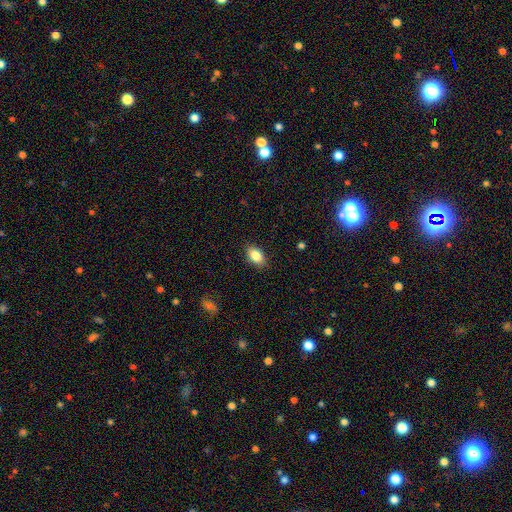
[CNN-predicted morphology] A smooth galaxy with no disk features (85%) that is in between round and cigar-shaped (89%). Merging: none (87%).